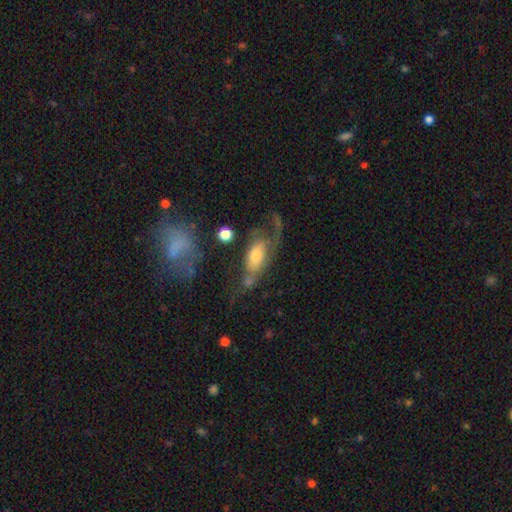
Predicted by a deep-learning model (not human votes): featured or disk 55%, smooth 37%, star or artifact 8%. Down the decision tree: edge-on disk — no (84%); merging — major disturbance (37%).